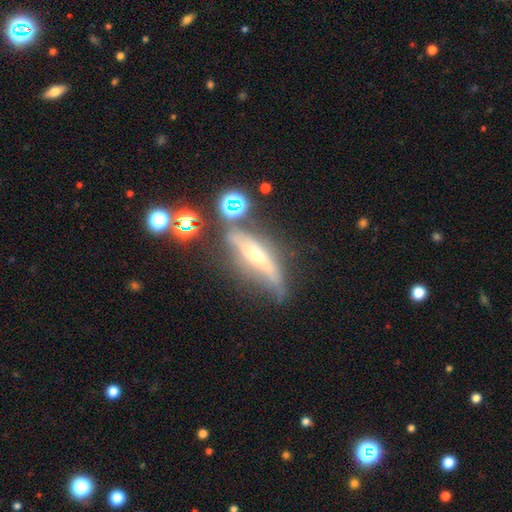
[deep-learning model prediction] This appears to be a featured or disk galaxy (65%) viewed edge-on (82%) with a rounded central bulge (80%). Merging: none (56%).